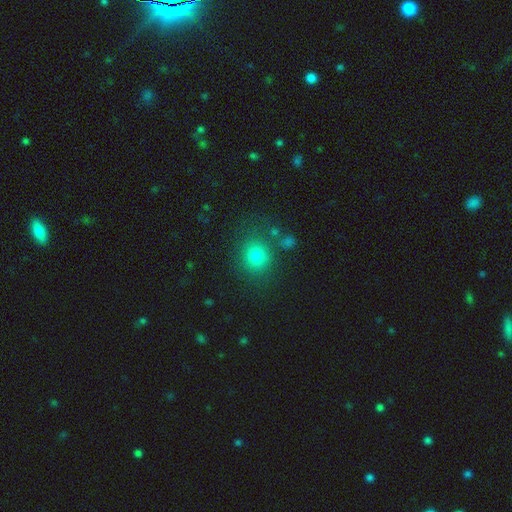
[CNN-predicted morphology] Smooth or featured: smooth — 78% (star or artifact — 14%)
How rounded: round — 81% (in between — 18%)
Merging: none — 76% (minor disturbance — 12%)